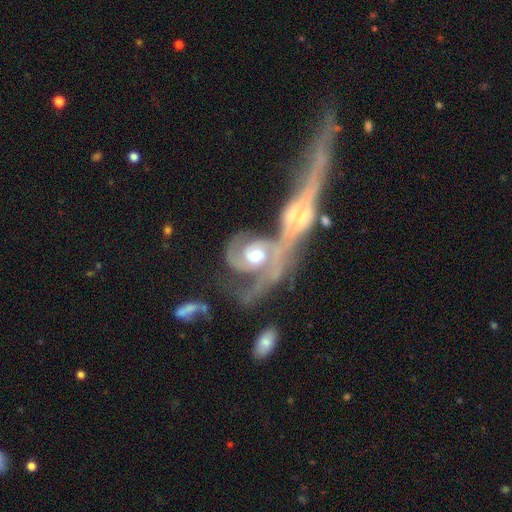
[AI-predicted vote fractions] Q: Smooth or featured?
A: featured or disk (88%); runner-up: smooth (8%)
Q: Edge-on disk?
A: no (95%); runner-up: yes (5%)
Q: Bar?
A: no (53%); runner-up: weak (35%)
Q: Spiral arms?
A: yes (95%); runner-up: no (5%)
Q: Spiral winding?
A: medium (45%); runner-up: tight (40%)
Q: Spiral arm count?
A: 2 (74%); runner-up: can't tell (10%)
Q: Bulge size?
A: moderate (66%); runner-up: large (18%)
Q: Merging?
A: merger (71%); runner-up: none (13%)